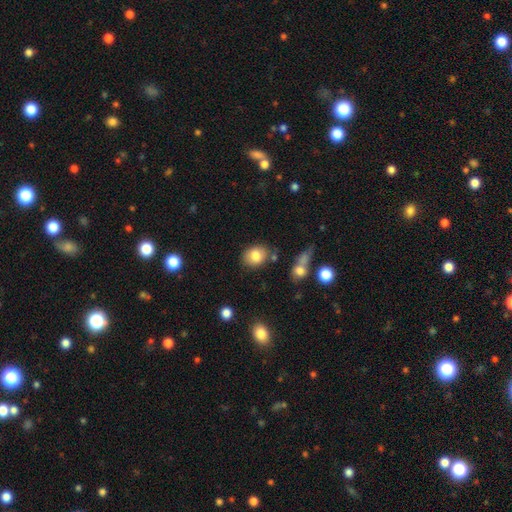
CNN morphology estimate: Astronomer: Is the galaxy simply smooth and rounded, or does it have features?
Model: smooth — 81%.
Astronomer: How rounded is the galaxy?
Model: in between — 53% (runner-up: round, 46%).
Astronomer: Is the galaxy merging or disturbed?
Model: none — 78%.